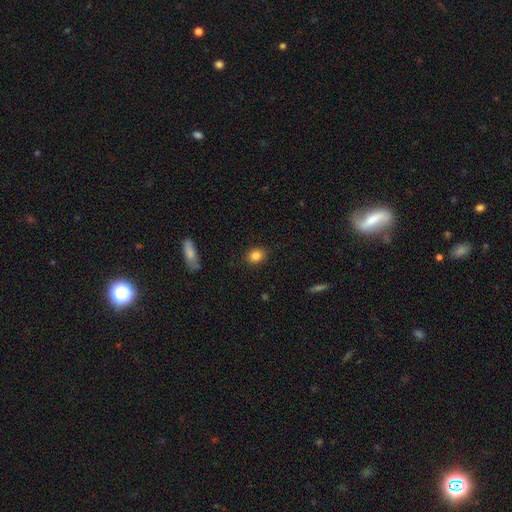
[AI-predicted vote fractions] Smooth or featured? smooth (84%)
How rounded? in between (51%)
Merging? none (88%)